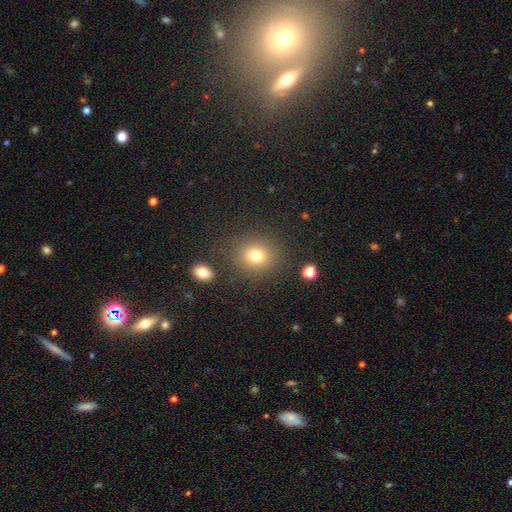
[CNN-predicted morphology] Smooth or featured: smooth — 79% (star or artifact — 13%)
How rounded: round — 75% (in between — 24%)
Merging: none — 84% (minor disturbance — 8%)